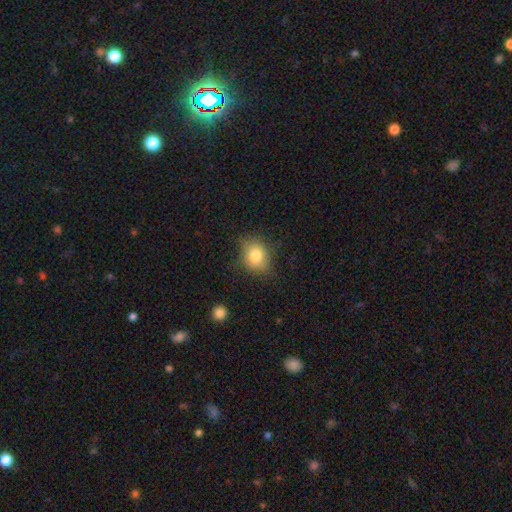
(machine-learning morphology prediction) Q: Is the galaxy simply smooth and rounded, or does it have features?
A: smooth — 78%.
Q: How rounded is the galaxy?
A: round — 60%.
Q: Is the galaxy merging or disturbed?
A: none — 71%.